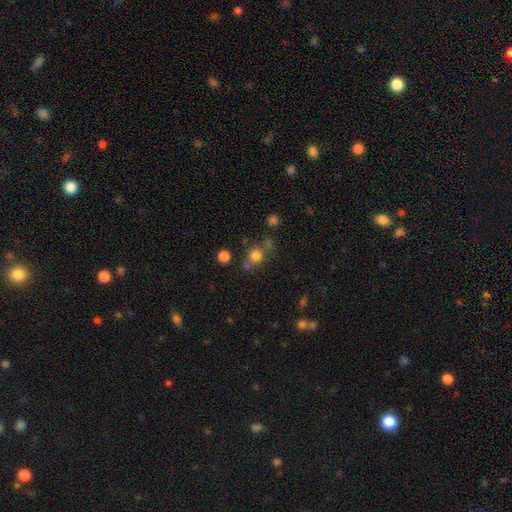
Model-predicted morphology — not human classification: Q: Smooth or featured?
A: smooth (77%); runner-up: star or artifact (15%)
Q: How rounded?
A: round (88%); runner-up: in between (11%)
Q: Merging?
A: none (64%); runner-up: merger (20%)